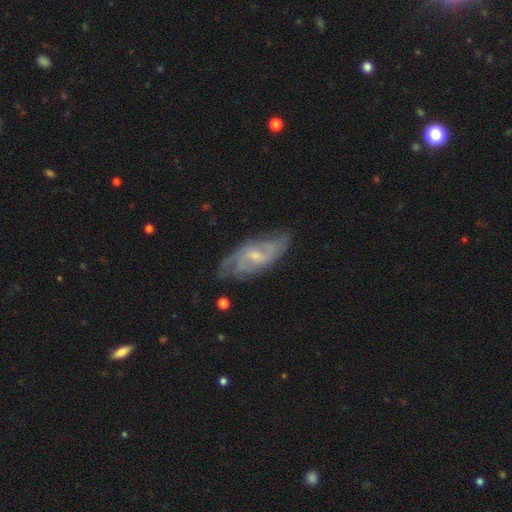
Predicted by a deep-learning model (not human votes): This appears to be a featured or disk galaxy (76%) with a weak bar (51%), 2 (43%) medium (43%) spiral arms (90%) and a small central bulge (60%). Merging: none (70%).